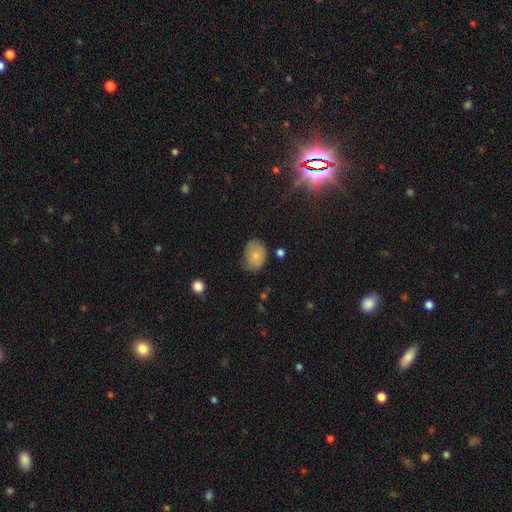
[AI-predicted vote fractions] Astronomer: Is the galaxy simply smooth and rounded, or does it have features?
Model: smooth — 76%.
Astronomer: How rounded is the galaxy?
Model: in between — 64%.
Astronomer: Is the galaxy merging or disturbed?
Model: none — 49% (runner-up: minor disturbance, 37%).